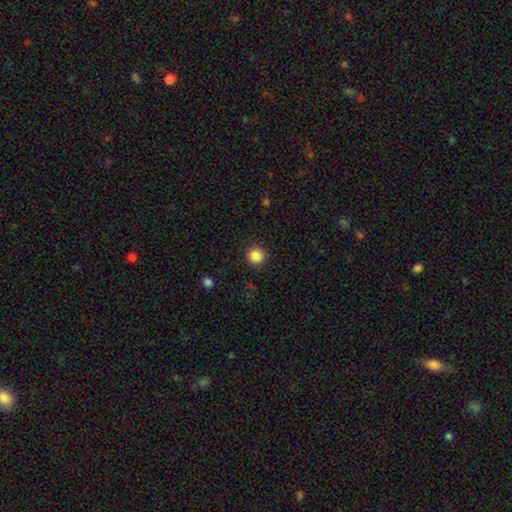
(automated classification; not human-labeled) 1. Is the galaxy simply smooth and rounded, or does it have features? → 87% smooth, 10% star or artifact, 3% featured or disk.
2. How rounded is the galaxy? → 95% round, 4% in between, 1% cigar-shaped.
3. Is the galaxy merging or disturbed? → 92% none, 5% minor disturbance, 2% major disturbance, 1% merger.